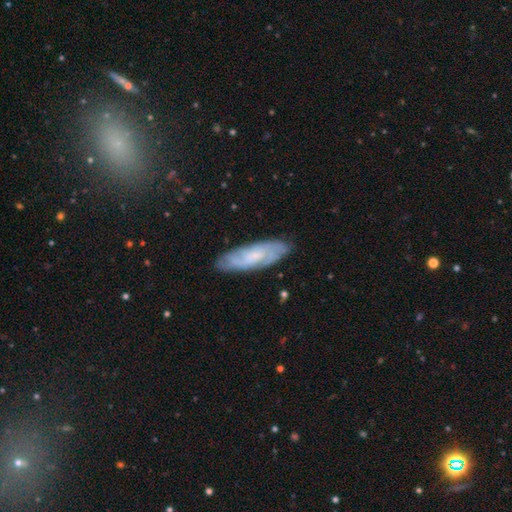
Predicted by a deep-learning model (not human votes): Smooth or featured?
  - featured or disk: 54% *
  - smooth: 35%
  - star or artifact: 11%
Edge-on disk?
  - no: 74% *
  - yes: 26%
Merging?
  - none: 83% *
  - minor disturbance: 13%
  - major disturbance: 3%
  - merger: 1%